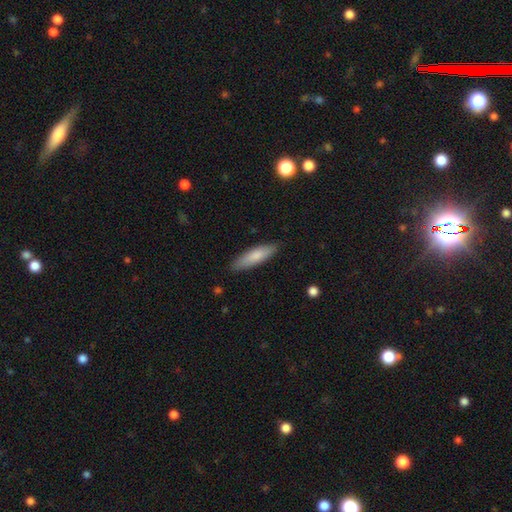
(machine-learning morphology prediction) This appears to be a smooth galaxy with no disk features (80%) that is cigar-shaped (65%). Merging: none (87%).